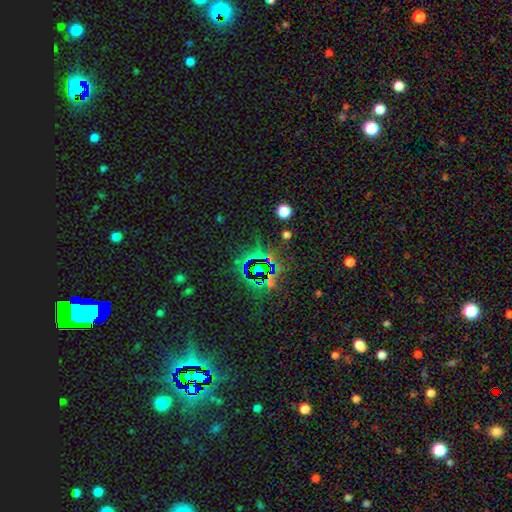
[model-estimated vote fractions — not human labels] star or artifact 75%, smooth 14%, featured or disk 11%.